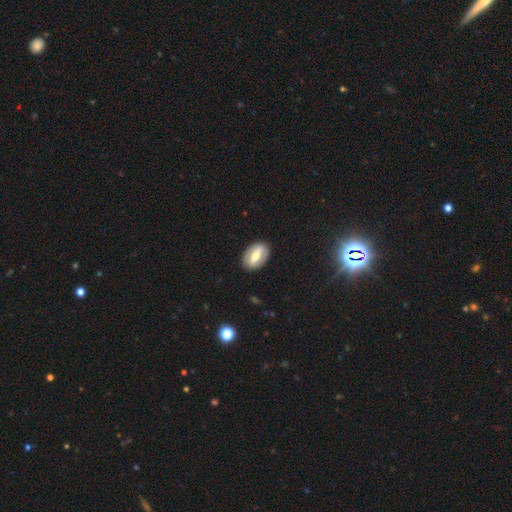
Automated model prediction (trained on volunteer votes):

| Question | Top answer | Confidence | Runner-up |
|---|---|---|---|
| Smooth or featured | featured or disk | 51% | smooth (42%) |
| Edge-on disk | no | 85% | yes (15%) |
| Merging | none | 86% | minor disturbance (10%) |